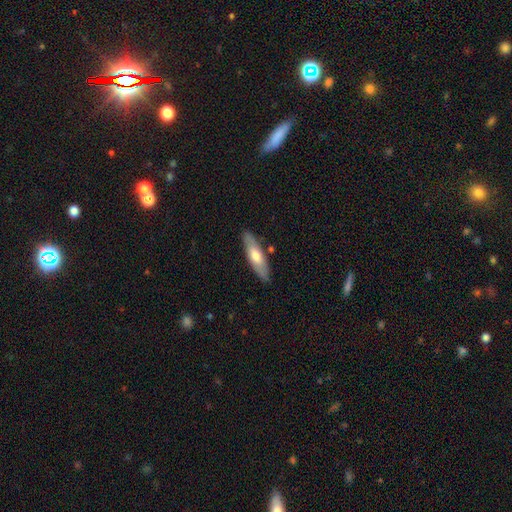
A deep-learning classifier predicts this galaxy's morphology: The model was most divided on "how rounded": cigar-shaped: 57%, in between: 42%, round: 2%. More confident: merging — none (85%); smooth or featured — smooth (59%).